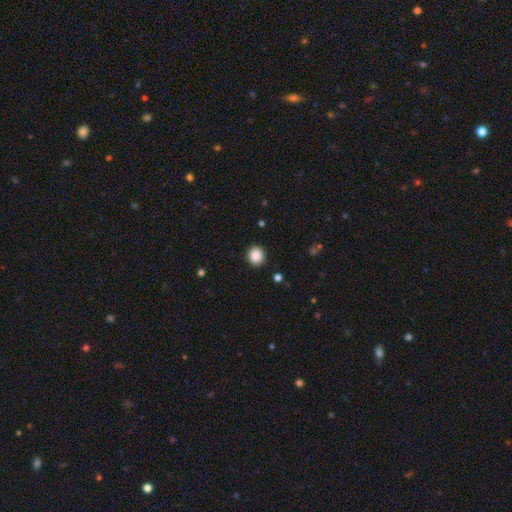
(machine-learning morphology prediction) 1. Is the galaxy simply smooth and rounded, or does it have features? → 88% smooth, 9% star or artifact, 3% featured or disk.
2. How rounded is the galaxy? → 83% round, 16% in between, 1% cigar-shaped.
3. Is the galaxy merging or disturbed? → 91% none, 6% minor disturbance, 2% major disturbance, 1% merger.